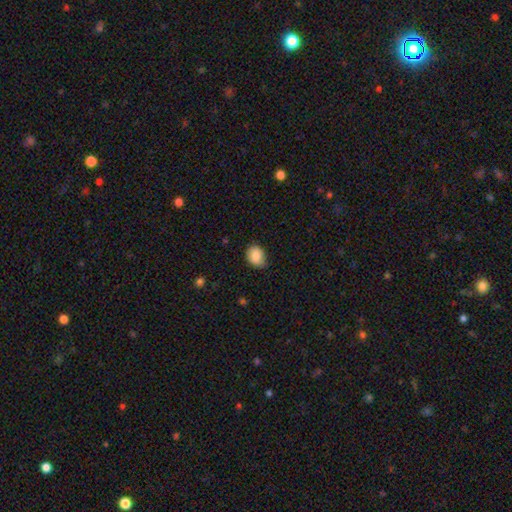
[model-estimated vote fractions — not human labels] Q: Smooth or featured?
A: smooth (85%); runner-up: star or artifact (8%)
Q: How rounded?
A: in between (66%); runner-up: round (33%)
Q: Merging?
A: none (78%); runner-up: minor disturbance (18%)